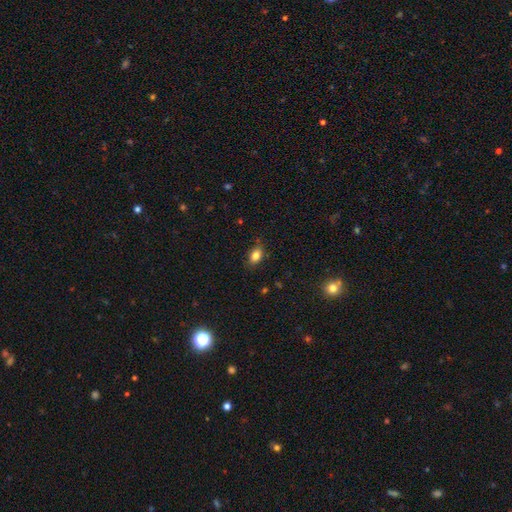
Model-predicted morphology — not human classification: This appears to be a smooth galaxy with no disk features (82%) that is in between round and cigar-shaped (82%). Merging: none (79%).